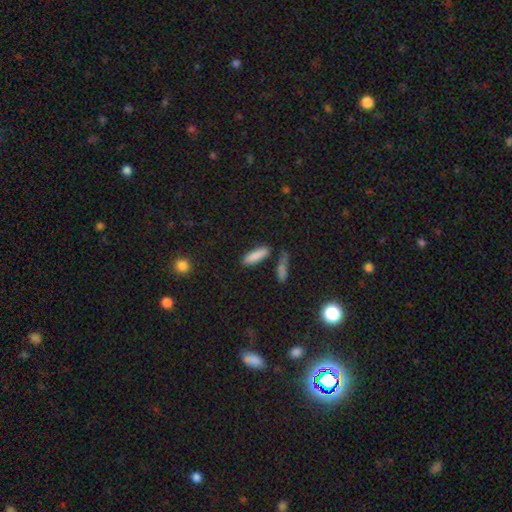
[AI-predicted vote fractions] Smooth or featured? Predicted: smooth (p=0.86). How rounded? Predicted: cigar-shaped (p=0.57). Merging? Predicted: none (p=0.74).